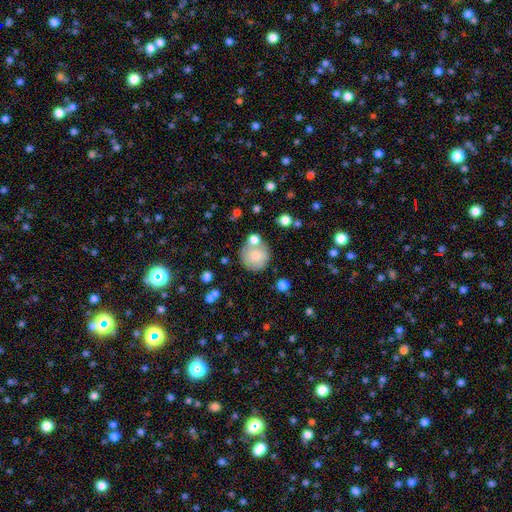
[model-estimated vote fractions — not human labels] A smooth galaxy with no disk features (72%) that is round (91%).

Vote fractions:
- Smooth or featured? smooth: 72% / featured or disk: 20% / star or artifact: 8%
- How rounded? round: 91% / in between: 8% / cigar-shaped: 1%
- Merging? none: 63% / merger: 19% / minor disturbance: 14% / major disturbance: 5%